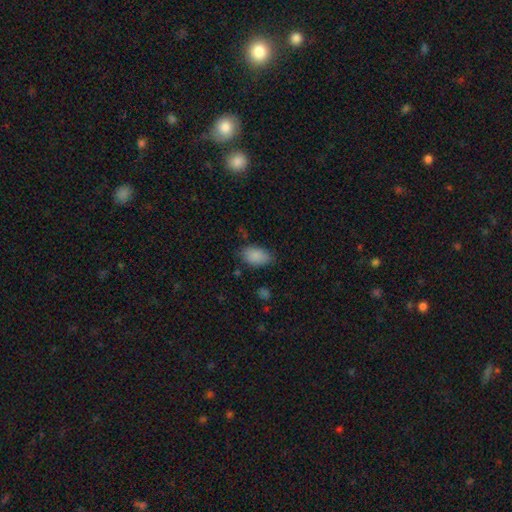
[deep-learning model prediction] A smooth galaxy with no disk features (86%) that is in between round and cigar-shaped (91%). Merging: none (74%).